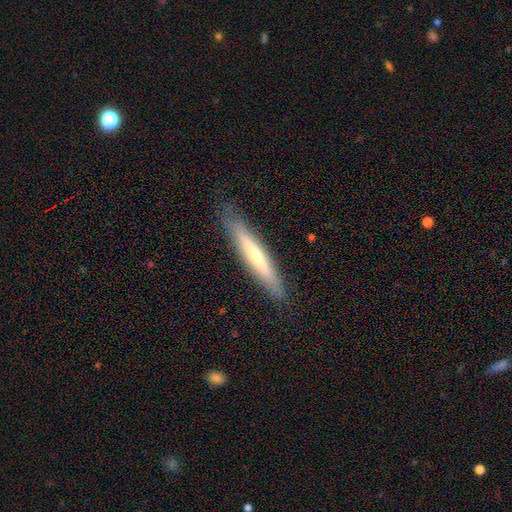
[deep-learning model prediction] Smooth or featured? smooth (48%)
Merging? none (86%)